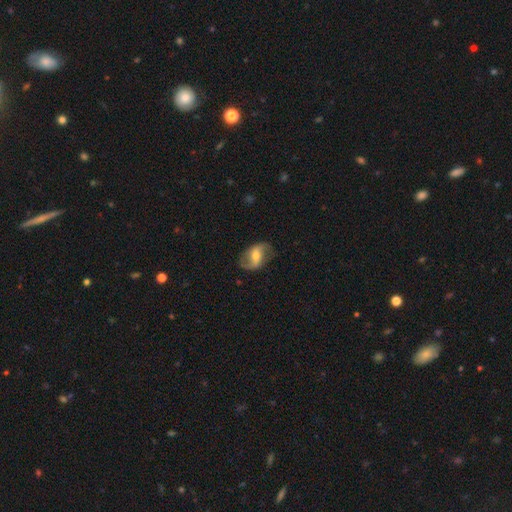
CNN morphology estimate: smooth_or_featured: featured or disk (p=0.70) [alt: smooth p=0.23]
disk_edge_on: no (p=0.96) [alt: yes p=0.04]
bar: weak (p=0.45) [alt: strong p=0.28]
has_spiral_arms: yes (p=0.89) [alt: no p=0.11]
spiral_winding: loose (p=0.56) [alt: medium p=0.33]
spiral_arm_count: 2 (p=0.89) [alt: can't tell p=0.05]
bulge_size: moderate (p=0.54) [alt: small p=0.33]
merging: none (p=0.74) [alt: minor disturbance p=0.17]